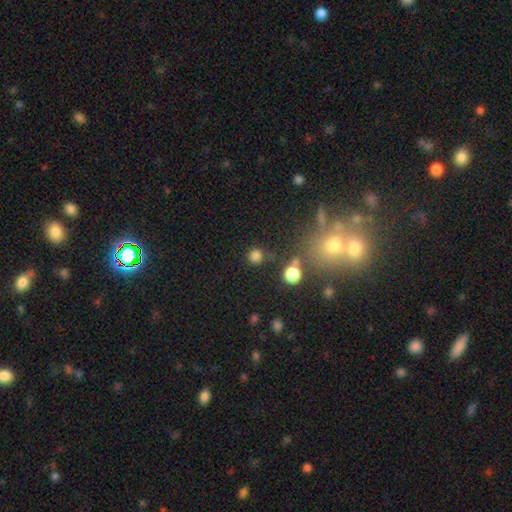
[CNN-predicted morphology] A smooth galaxy with no disk features (78%) that is round (92%). Merging: none (81%).